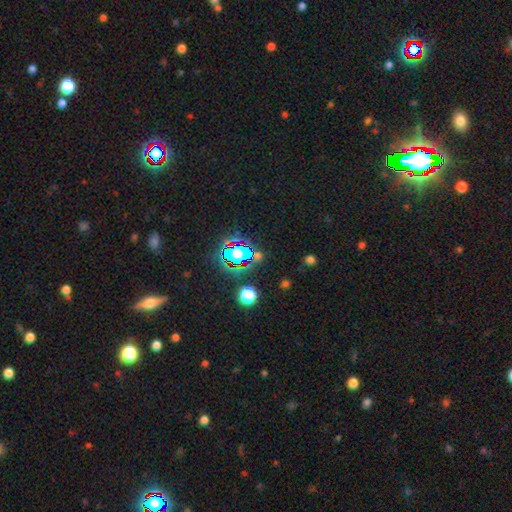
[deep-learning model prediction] A star or artifact, not a galaxy (72%).

Vote fractions:
- Smooth or featured? star or artifact: 72% / smooth: 19% / featured or disk: 9%